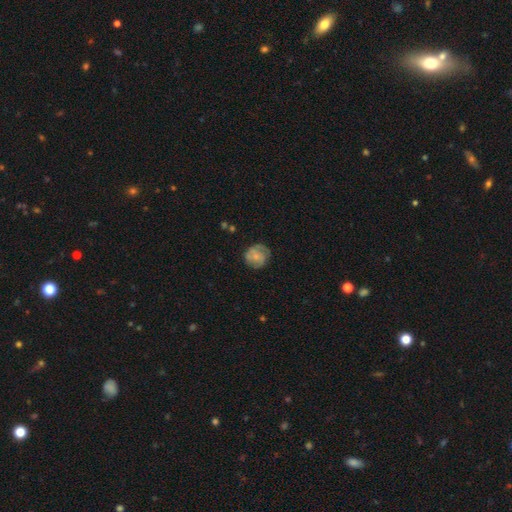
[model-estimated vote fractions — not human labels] featured or disk 50%, smooth 43%, star or artifact 7%. Down the decision tree: merging — none (68%).